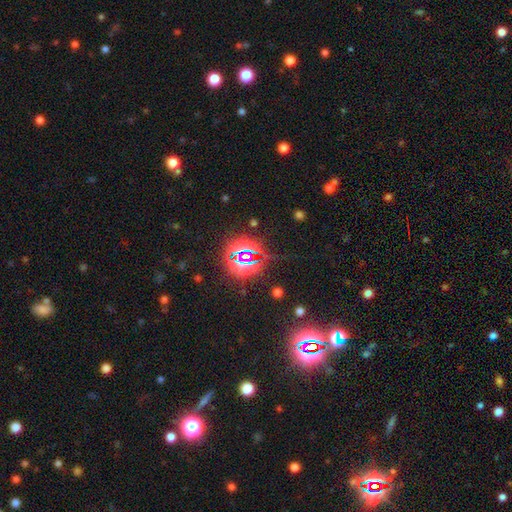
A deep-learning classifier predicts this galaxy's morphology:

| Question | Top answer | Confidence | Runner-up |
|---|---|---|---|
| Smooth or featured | star or artifact | 80% | smooth (12%) |